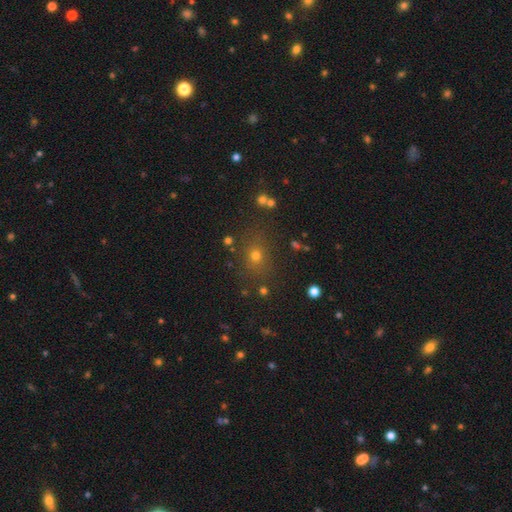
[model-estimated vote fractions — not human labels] This is likely a smooth galaxy (63%). How rounded: likely round (73%). Merging: clearly none (82%).